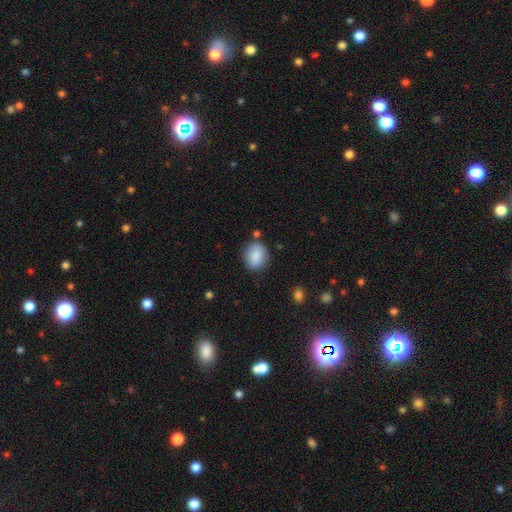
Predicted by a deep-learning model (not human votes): A smooth galaxy with no disk features (87%) that is round (55%). Merging: none (80%).